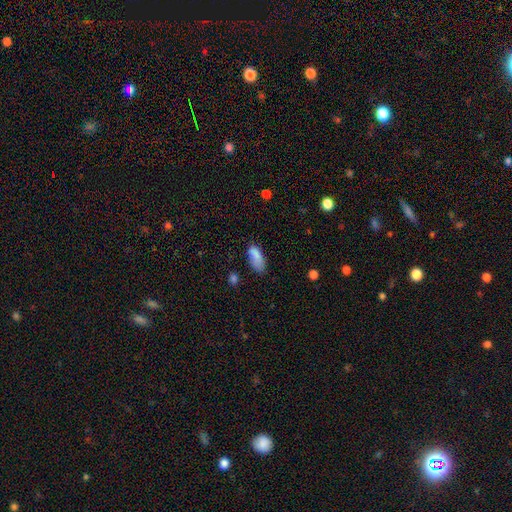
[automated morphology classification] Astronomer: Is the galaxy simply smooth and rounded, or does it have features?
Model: smooth — 84%.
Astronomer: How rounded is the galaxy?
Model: in between — 84%.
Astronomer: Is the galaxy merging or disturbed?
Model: none — 55% (runner-up: minor disturbance, 30%).